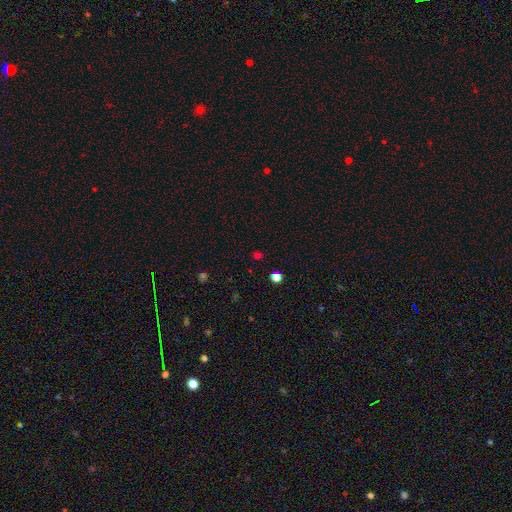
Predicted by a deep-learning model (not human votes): Smooth or featured? Predicted: smooth (p=0.55). How rounded? Predicted: round (p=0.73). Merging? Predicted: none (p=0.85).